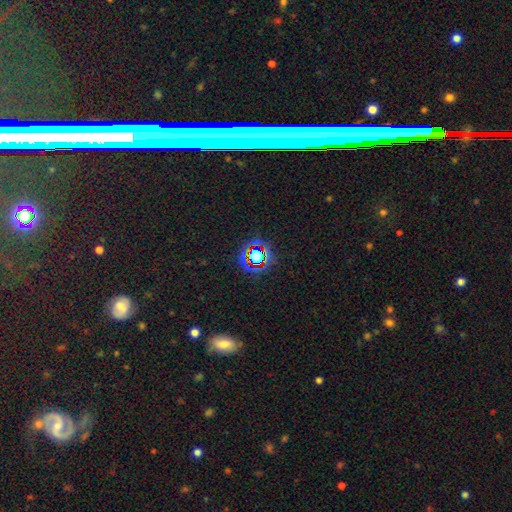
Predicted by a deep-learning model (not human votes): Smooth or featured?
  - star or artifact: 71% *
  - smooth: 19%
  - featured or disk: 10%